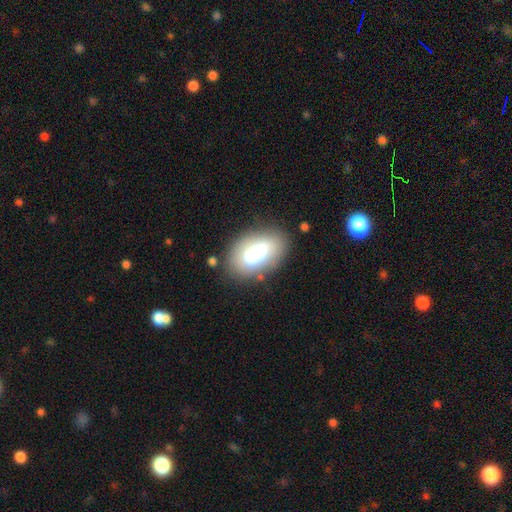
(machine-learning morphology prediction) smooth-or-featured: smooth: 72% | featured or disk: 20% | star or artifact: 8%
  how-rounded: in between: 91% | round: 6% | cigar-shaped: 2%
  merging: none: 71% | minor disturbance: 17% | major disturbance: 7% | merger: 5%